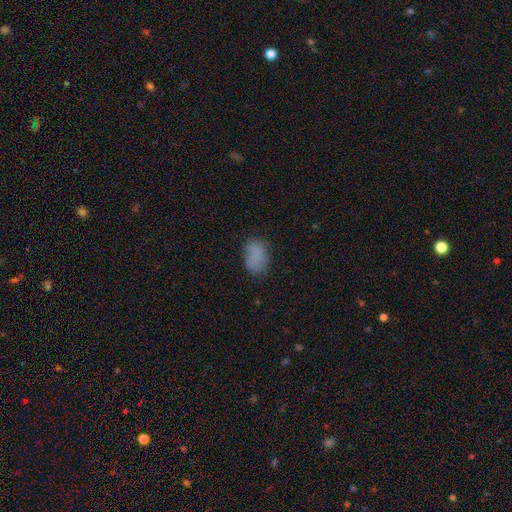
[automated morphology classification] smooth-or-featured: smooth: 80% | star or artifact: 11% | featured or disk: 9%
  how-rounded: in between: 88% | round: 11% | cigar-shaped: 2%
  merging: none: 68% | minor disturbance: 22% | major disturbance: 8% | merger: 3%